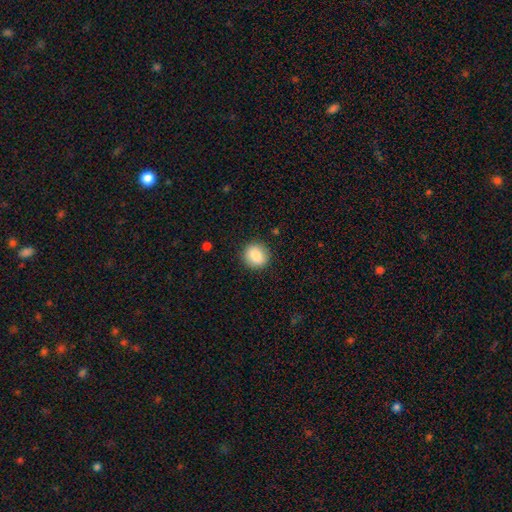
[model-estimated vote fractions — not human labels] smooth 86%, star or artifact 8%, featured or disk 6%. Down the decision tree: how rounded — round (88%); merging — none (89%).